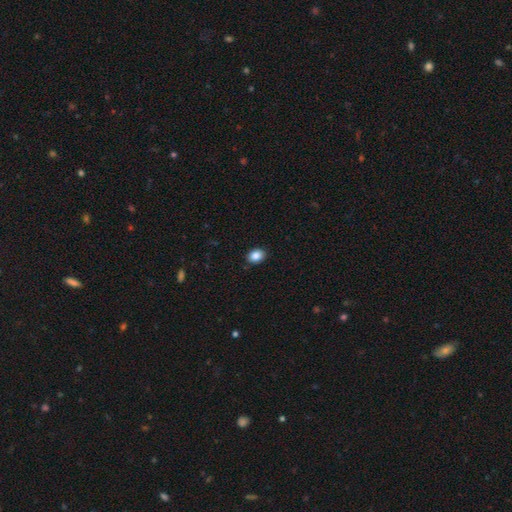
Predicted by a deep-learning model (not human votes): The model was most divided on "how rounded": in between: 66%, round: 33%, cigar-shaped: 1%. More confident: merging — none (89%); smooth or featured — smooth (87%).